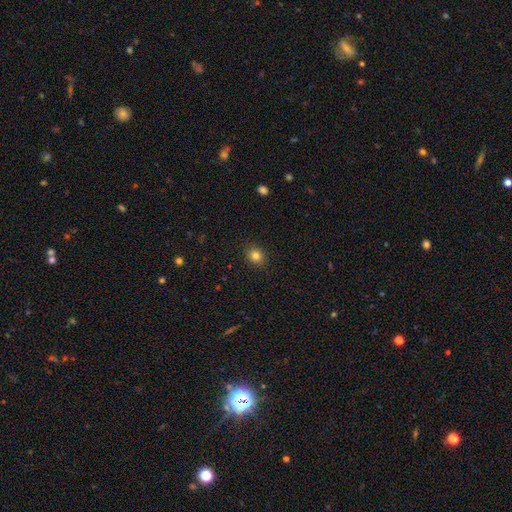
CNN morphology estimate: Smooth or featured: smooth — 82% (star or artifact — 12%)
How rounded: round — 73% (in between — 26%)
Merging: none — 90% (minor disturbance — 7%)